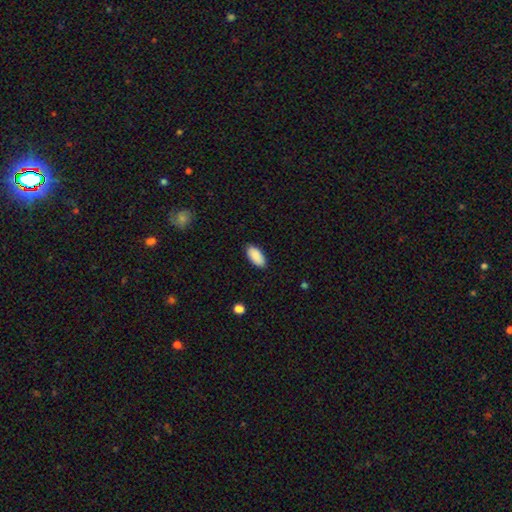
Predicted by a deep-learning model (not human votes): Overall: smooth (90%). How rounded: in between (92%). Merging: none (88%).